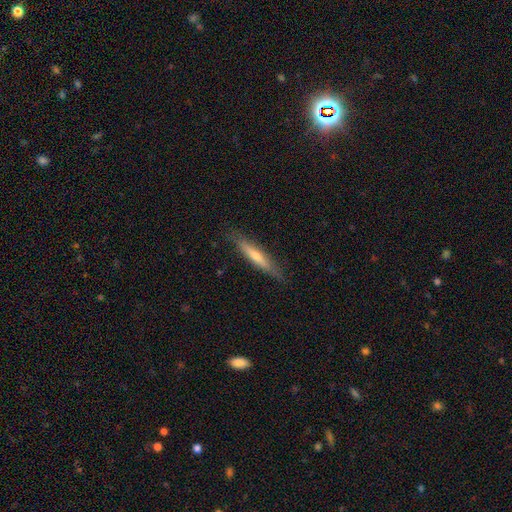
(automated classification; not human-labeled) Smooth or featured? featured or disk (51%)
Edge-on disk? yes (90%)
Merging? none (86%)